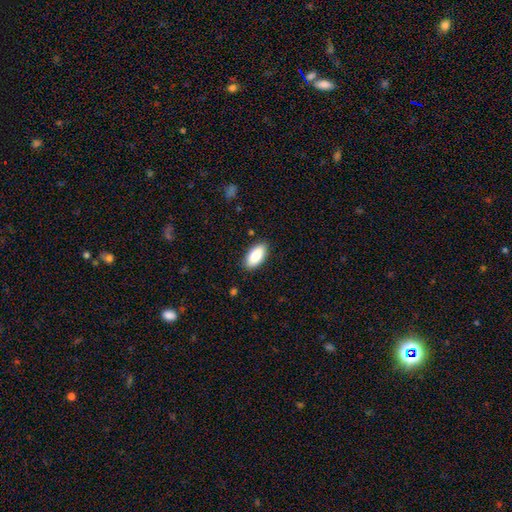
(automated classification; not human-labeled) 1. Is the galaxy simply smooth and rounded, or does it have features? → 87% smooth, 7% featured or disk, 6% star or artifact.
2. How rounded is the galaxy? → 92% in between, 6% cigar-shaped, 2% round.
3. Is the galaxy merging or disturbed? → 88% none, 9% minor disturbance, 2% major disturbance, 1% merger.